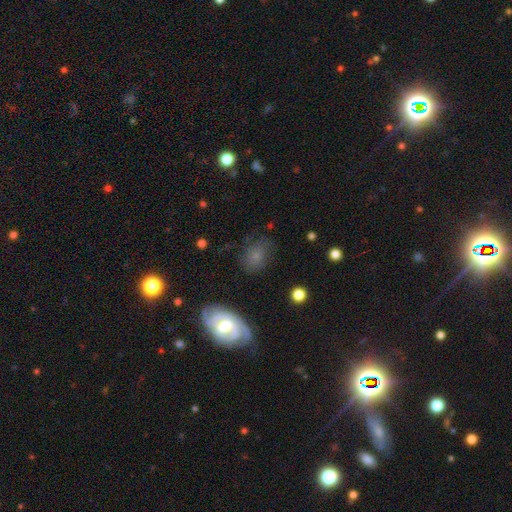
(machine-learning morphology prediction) This appears to be a smooth galaxy with no disk features (59%) that is in between round and cigar-shaped (62%). Merging: none (68%).